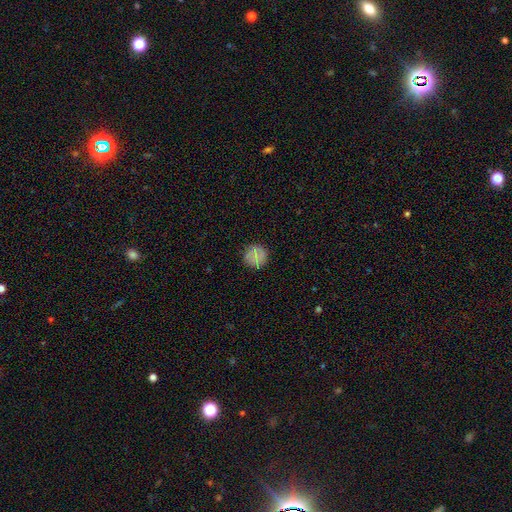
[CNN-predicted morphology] Smooth or featured: smooth — 72% (featured or disk — 14%)
How rounded: round — 92% (in between — 7%)
Merging: none — 86% (minor disturbance — 10%)